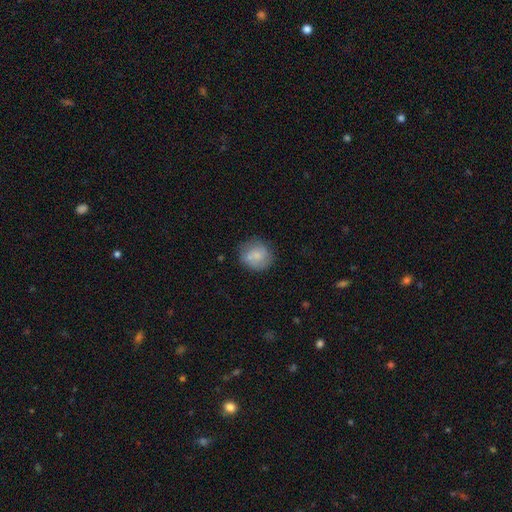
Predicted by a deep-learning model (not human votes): smooth 71%, featured or disk 22%, star or artifact 7%. Down the decision tree: how rounded — round (81%); merging — none (64%).